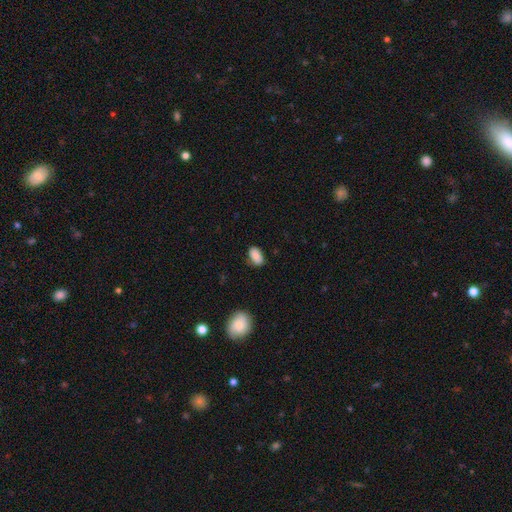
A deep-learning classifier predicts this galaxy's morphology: smooth-or-featured: smooth: 88% | star or artifact: 8% | featured or disk: 5%
  how-rounded: in between: 91% | round: 6% | cigar-shaped: 2%
  merging: none: 78% | minor disturbance: 17% | major disturbance: 3% | merger: 2%